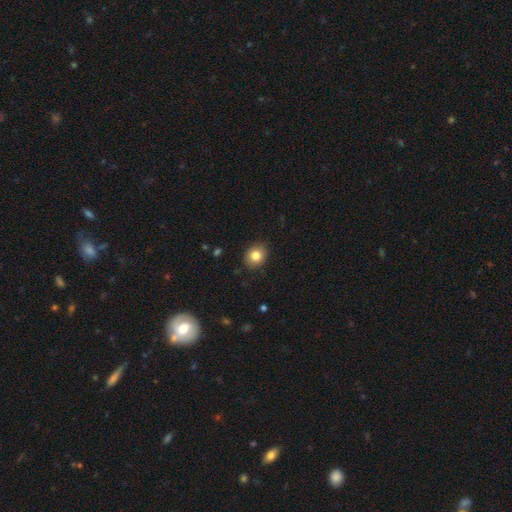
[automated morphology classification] smooth-or-featured: smooth: 82% | star or artifact: 10% | featured or disk: 8%
  how-rounded: round: 64% | in between: 35% | cigar-shaped: 1%
  merging: none: 88% | minor disturbance: 9% | major disturbance: 2% | merger: 1%